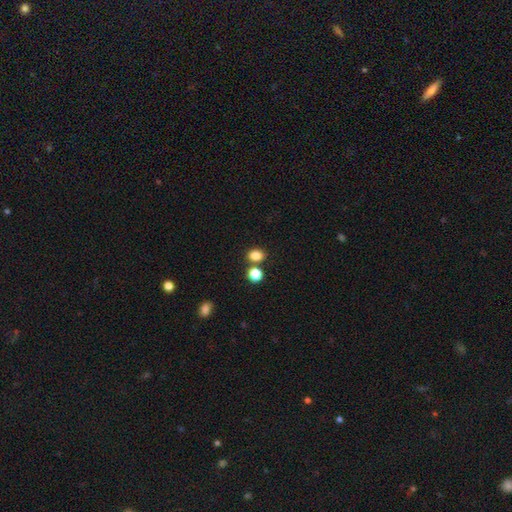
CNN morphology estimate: smooth_or_featured: smooth (p=0.83) [alt: star or artifact p=0.12]
how_rounded: in between (p=0.54) [alt: round p=0.45]
merging: none (p=0.70) [alt: merger p=0.18]